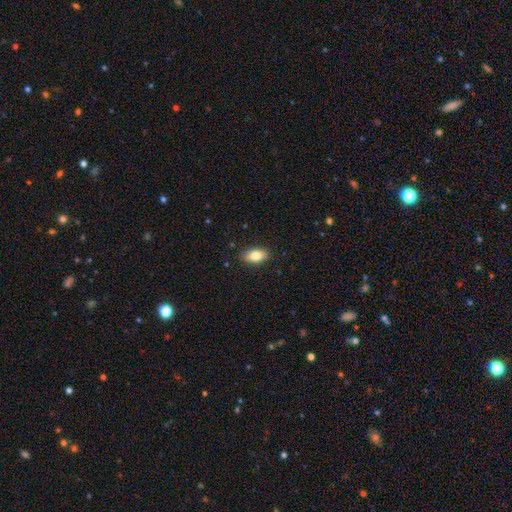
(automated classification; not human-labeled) Q: Smooth or featured?
A: smooth (82%); runner-up: featured or disk (11%)
Q: How rounded?
A: in between (91%); runner-up: round (6%)
Q: Merging?
A: none (88%); runner-up: minor disturbance (9%)